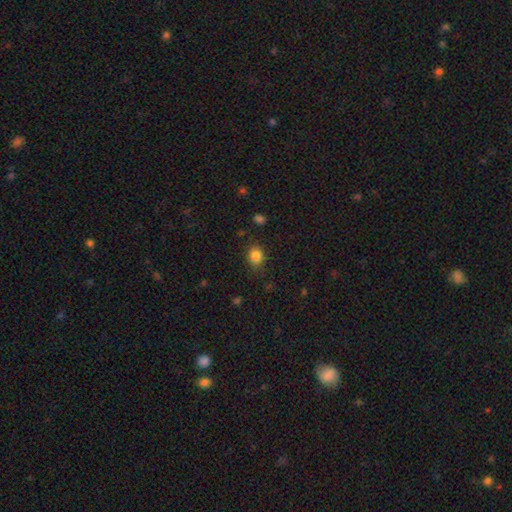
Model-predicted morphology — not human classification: Smooth or featured? Predicted: smooth (p=0.84). How rounded? Predicted: round (p=0.63). Merging? Predicted: none (p=0.83).